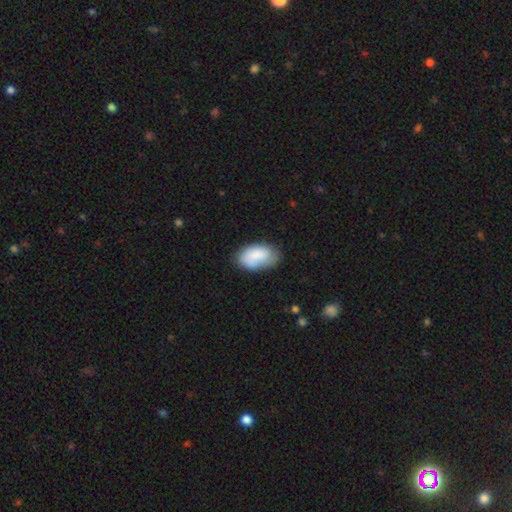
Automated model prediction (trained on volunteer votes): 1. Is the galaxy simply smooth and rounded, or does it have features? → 78% smooth, 16% featured or disk, 6% star or artifact.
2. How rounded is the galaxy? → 93% in between, 6% round, 1% cigar-shaped.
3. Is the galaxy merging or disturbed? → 65% none, 25% minor disturbance, 7% major disturbance, 3% merger.